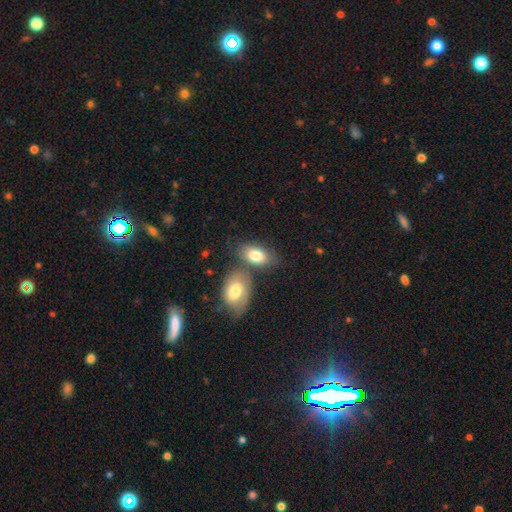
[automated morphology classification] A smooth galaxy with no disk features (80%) that is in between round and cigar-shaped (91%).

Vote fractions:
- Smooth or featured? smooth: 80% / featured or disk: 14% / star or artifact: 6%
- How rounded? in between: 91% / round: 7% / cigar-shaped: 2%
- Merging? none: 48% / merger: 34% / minor disturbance: 14% / major disturbance: 5%